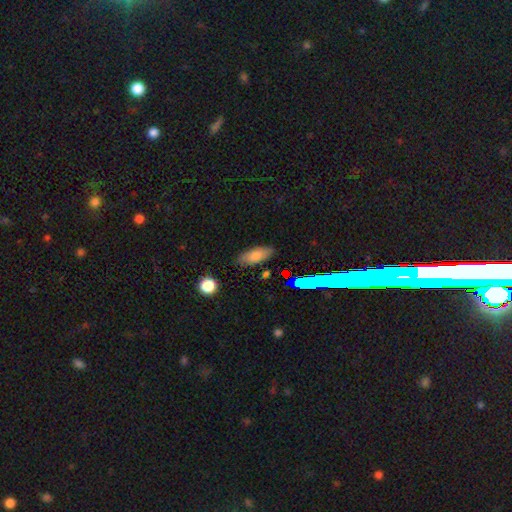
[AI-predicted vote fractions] Smooth or featured?
  - smooth: 78% *
  - featured or disk: 12%
  - star or artifact: 10%
How rounded?
  - in between: 81% *
  - cigar-shaped: 16%
  - round: 3%
Merging?
  - none: 84% *
  - minor disturbance: 11%
  - major disturbance: 3%
  - merger: 2%